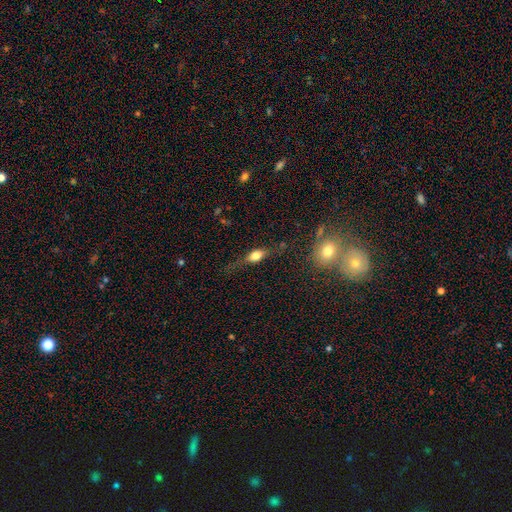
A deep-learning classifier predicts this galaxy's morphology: Overall: smooth (53%; featured or disk 37%). How rounded: in between (61%; cigar-shaped 27%). Merging: none (62%).